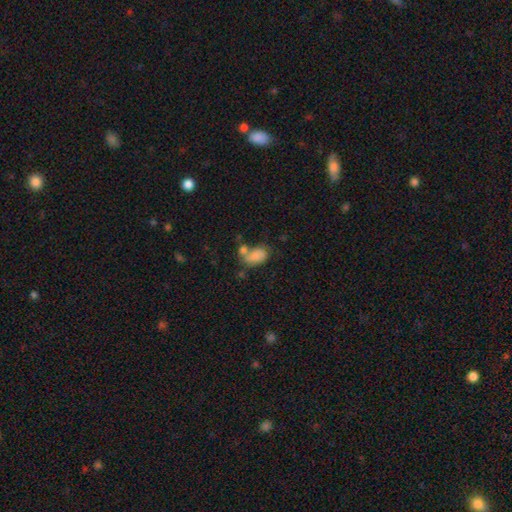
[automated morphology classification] A smooth galaxy with no disk features (80%) that is in between round and cigar-shaped (88%). Merging: merger (40%).